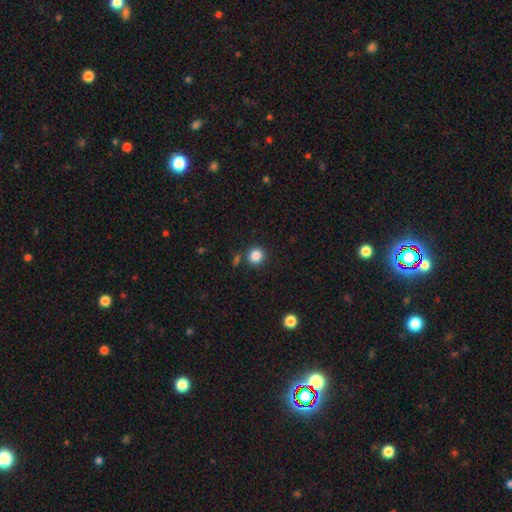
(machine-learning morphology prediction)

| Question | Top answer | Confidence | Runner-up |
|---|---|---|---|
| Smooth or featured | smooth | 86% | star or artifact (11%) |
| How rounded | round | 90% | in between (9%) |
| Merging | none | 83% | minor disturbance (8%) |